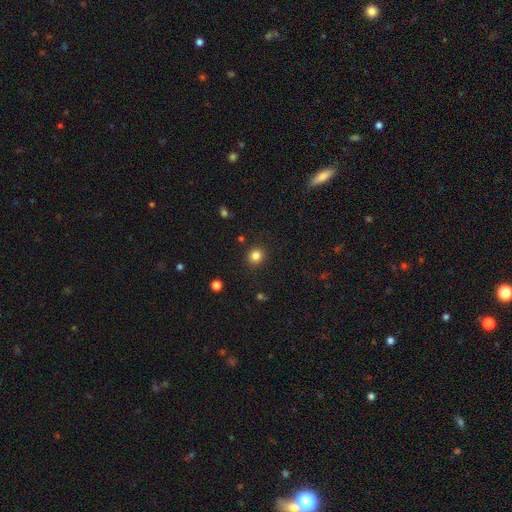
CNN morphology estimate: smooth-or-featured: smooth: 83% | star or artifact: 12% | featured or disk: 5%
  how-rounded: round: 88% | in between: 11% | cigar-shaped: 1%
  merging: none: 90% | minor disturbance: 6% | major disturbance: 2% | merger: 1%